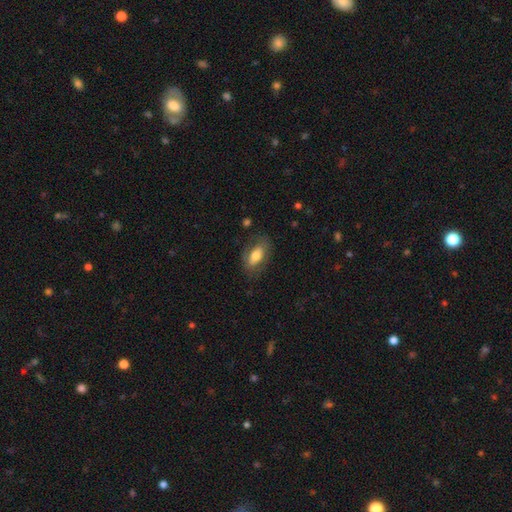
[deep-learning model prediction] smooth-or-featured: smooth: 65% | featured or disk: 28% | star or artifact: 7%
  how-rounded: in between: 87% | cigar-shaped: 8% | round: 5%
  merging: none: 72% | minor disturbance: 18% | major disturbance: 8% | merger: 1%